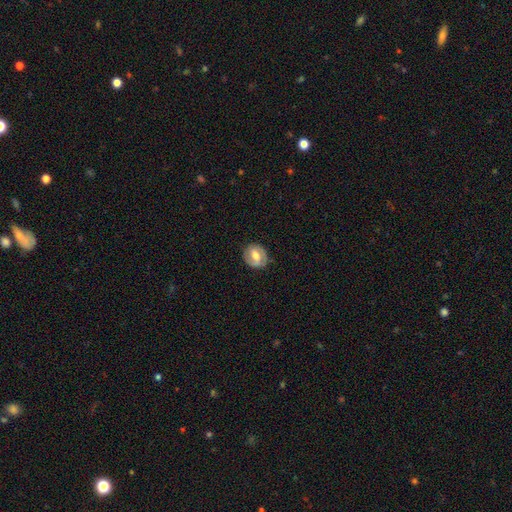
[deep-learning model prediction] Morphology: type=featured or disk (58%); edge-on=no (96%); bar=weak (46%); spiral arms=yes (69%); bulge=moderate (70%); merging=none (82%).